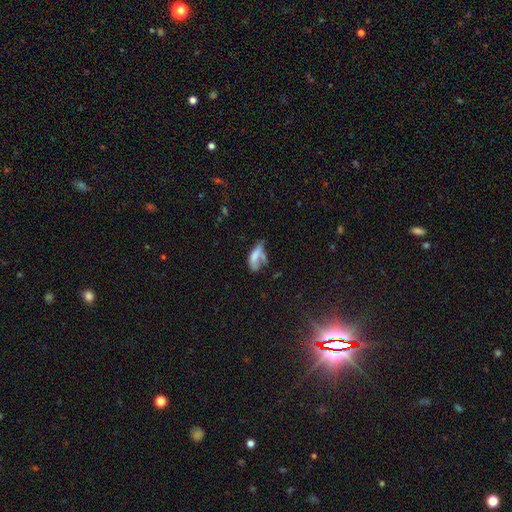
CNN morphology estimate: Smooth or featured?
  - smooth: 64% *
  - featured or disk: 25%
  - star or artifact: 11%
How rounded?
  - in between: 71% *
  - cigar-shaped: 24%
  - round: 4%
Merging?
  - merger: 29% *
  - major disturbance: 26%
  - none: 26%
  - minor disturbance: 20%